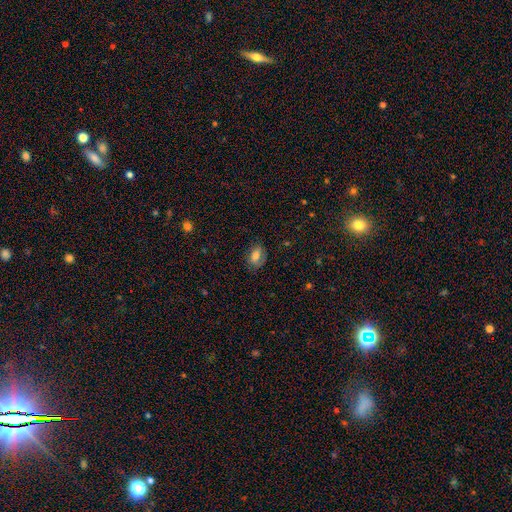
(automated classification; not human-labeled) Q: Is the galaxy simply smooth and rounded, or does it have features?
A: smooth — 70%.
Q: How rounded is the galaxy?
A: in between — 79%.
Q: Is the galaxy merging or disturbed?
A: none — 73%.